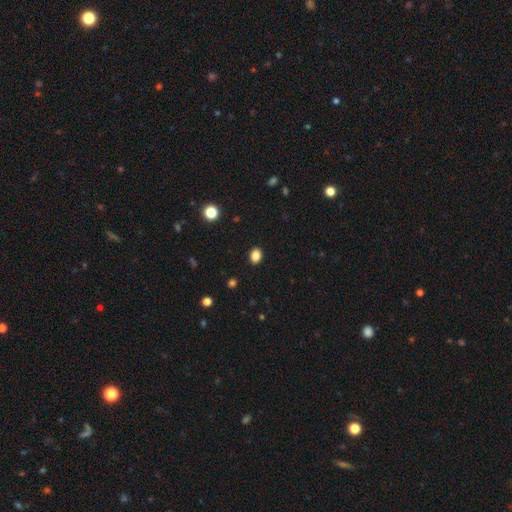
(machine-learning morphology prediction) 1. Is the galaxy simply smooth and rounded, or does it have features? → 85% smooth, 10% star or artifact, 4% featured or disk.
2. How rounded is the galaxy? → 60% in between, 39% round, 1% cigar-shaped.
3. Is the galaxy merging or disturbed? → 90% none, 7% minor disturbance, 2% major disturbance, 1% merger.